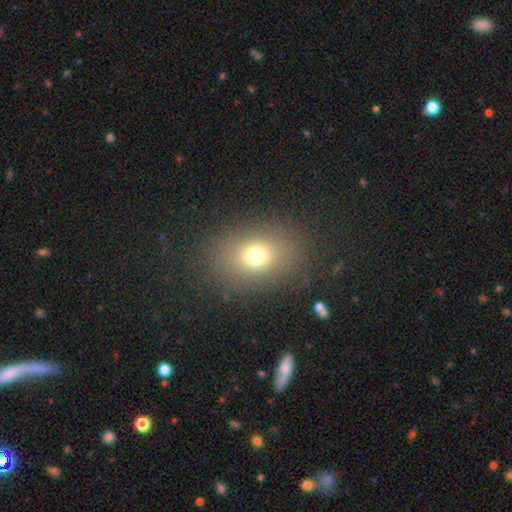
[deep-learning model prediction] A smooth galaxy with no disk features (72%) that is in between round and cigar-shaped (62%). Merging: none (84%).